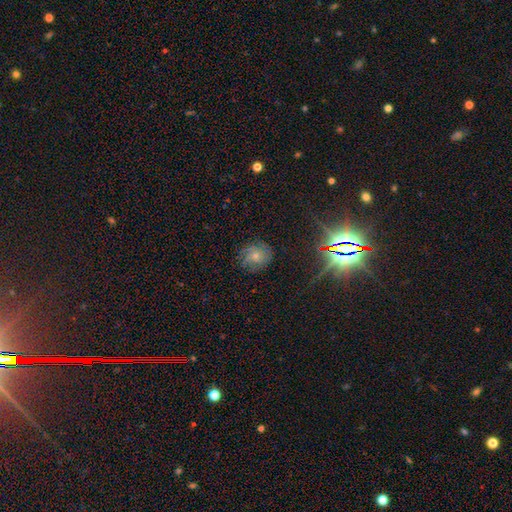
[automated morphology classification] type=smooth (42%); merging=none (74%).